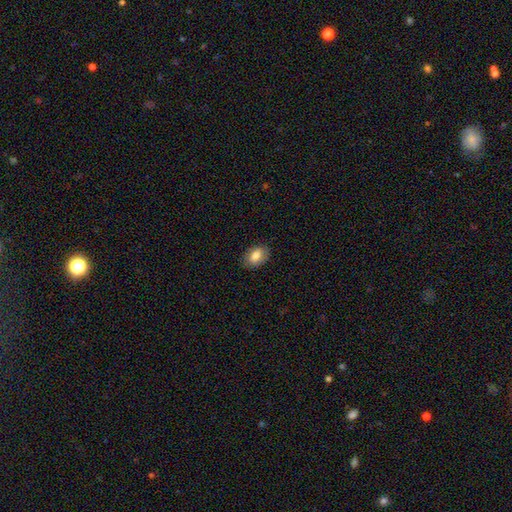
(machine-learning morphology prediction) smooth_or_featured: smooth (p=0.82) [alt: featured or disk p=0.11]
how_rounded: in between (p=0.86) [alt: round p=0.13]
merging: none (p=0.85) [alt: minor disturbance p=0.11]